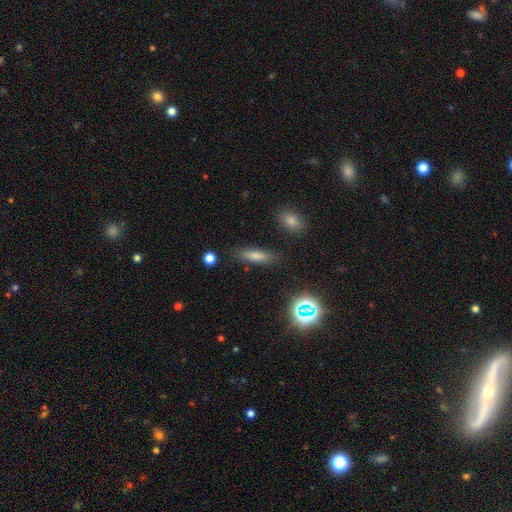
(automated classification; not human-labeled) Smooth or featured? smooth (70%)
How rounded? cigar-shaped (61%)
Merging? none (86%)